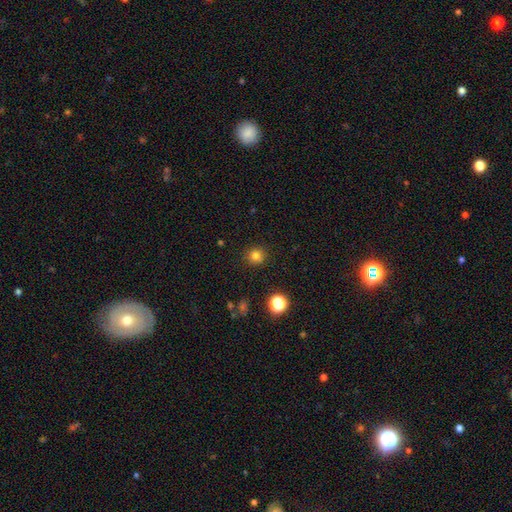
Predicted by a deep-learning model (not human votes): Smooth or featured?
  - smooth: 80% *
  - star or artifact: 15%
  - featured or disk: 6%
How rounded?
  - round: 92% *
  - in between: 7%
  - cigar-shaped: 1%
Merging?
  - none: 90% *
  - minor disturbance: 7%
  - major disturbance: 2%
  - merger: 2%